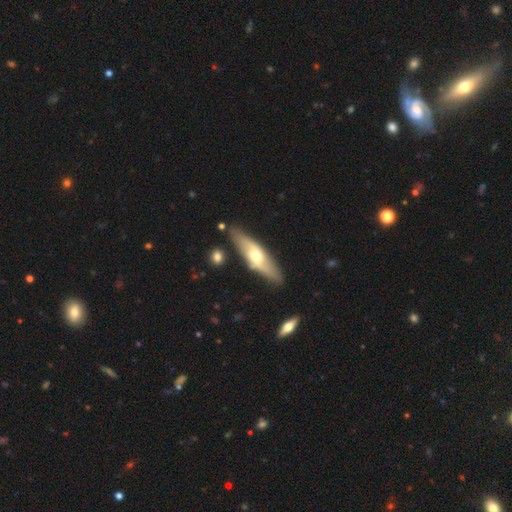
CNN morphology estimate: This appears to be a featured or disk galaxy (53%) viewed edge-on (61%). Merging: none (81%).